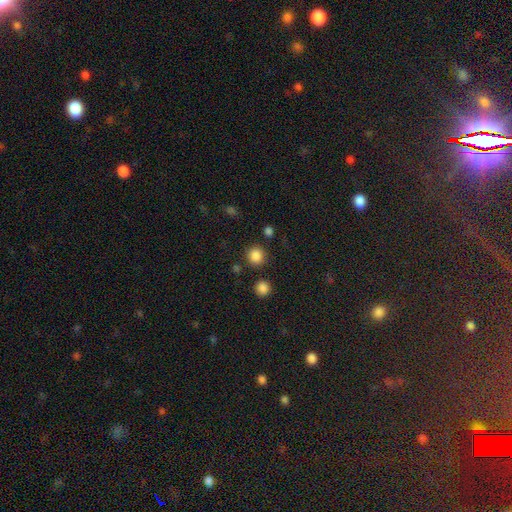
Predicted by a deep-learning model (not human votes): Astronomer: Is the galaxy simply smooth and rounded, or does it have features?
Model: smooth — 85%.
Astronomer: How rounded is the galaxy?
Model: round — 91%.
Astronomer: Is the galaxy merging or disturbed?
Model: none — 86%.